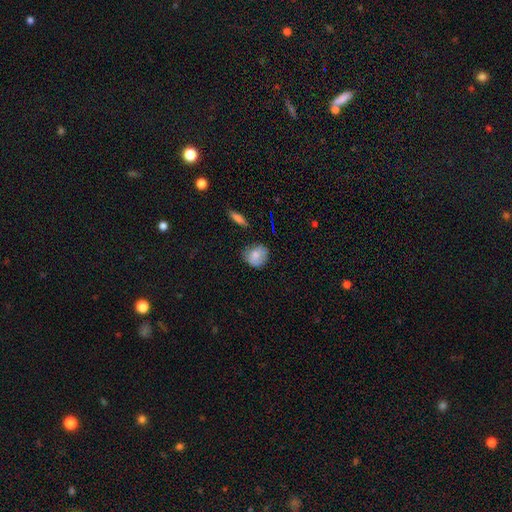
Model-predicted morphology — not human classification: Smooth or featured?
  - smooth: 75% *
  - featured or disk: 17%
  - star or artifact: 8%
How rounded?
  - round: 70% *
  - in between: 29%
  - cigar-shaped: 1%
Merging?
  - none: 61% *
  - minor disturbance: 28%
  - major disturbance: 7%
  - merger: 3%